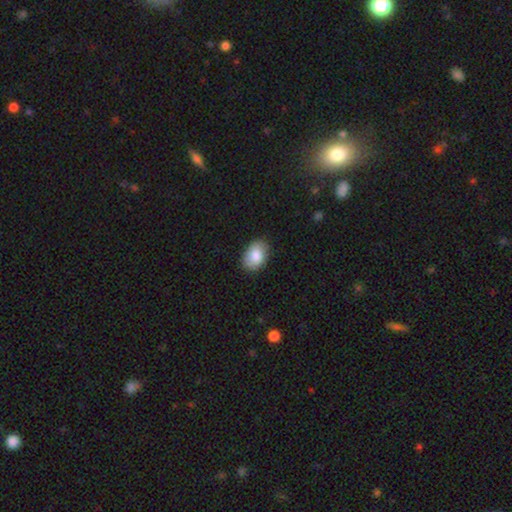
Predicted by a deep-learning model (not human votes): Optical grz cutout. It shows a smooth galaxy with no disk features (84%) that is in between round and cigar-shaped (83%). Merging: none (85%).